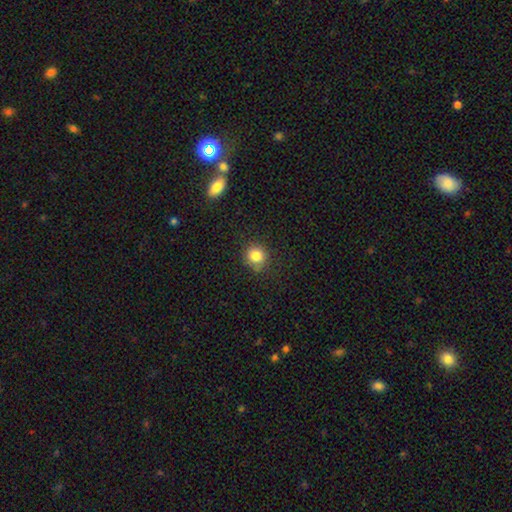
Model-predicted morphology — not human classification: Overall: smooth (83%). How rounded: round (90%). Merging: none (83%).